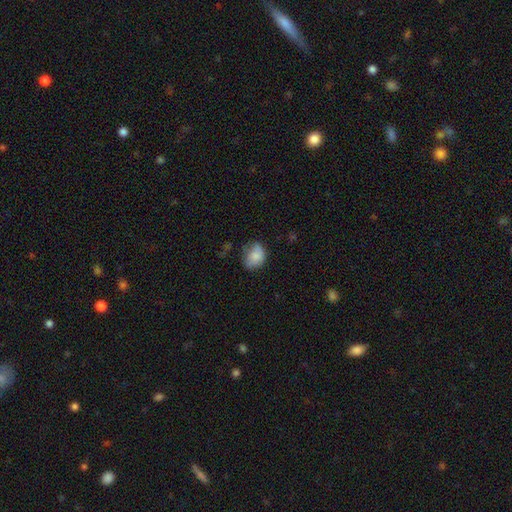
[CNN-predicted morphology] This appears to be a smooth galaxy with no disk features (80%) that is in between round and cigar-shaped (56%). Merging: none (52%).